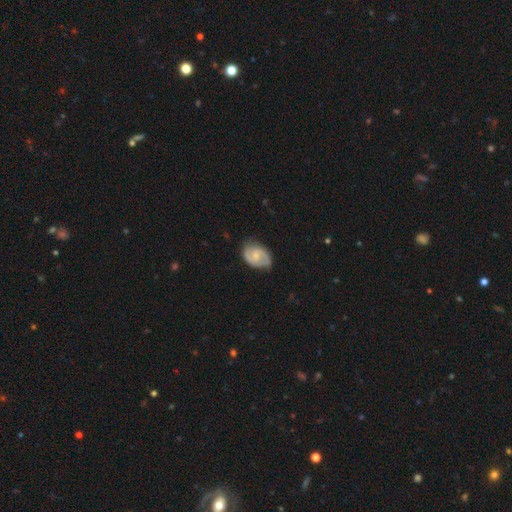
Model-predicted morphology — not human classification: Q: Smooth or featured?
A: featured or disk (72%); runner-up: smooth (22%)
Q: Edge-on disk?
A: no (98%); runner-up: yes (2%)
Q: Bar?
A: no (47%); runner-up: weak (46%)
Q: Spiral arms?
A: yes (93%); runner-up: no (7%)
Q: Spiral winding?
A: medium (50%); runner-up: tight (31%)
Q: Spiral arm count?
A: 2 (87%); runner-up: can't tell (7%)
Q: Bulge size?
A: small (54%); runner-up: moderate (32%)
Q: Merging?
A: none (73%); runner-up: minor disturbance (21%)